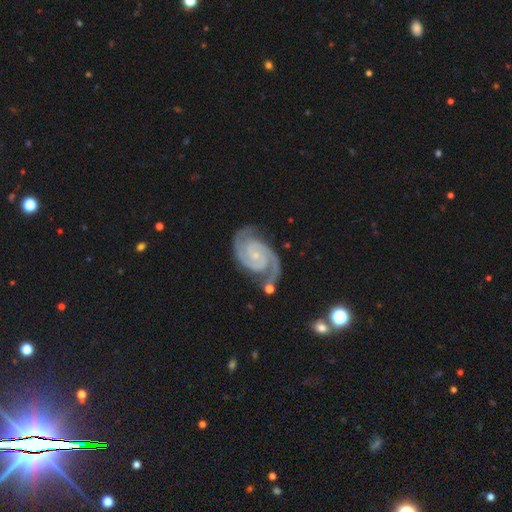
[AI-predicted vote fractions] smooth_or_featured: featured or disk (p=0.93) [alt: star or artifact p=0.04]
disk_edge_on: no (p=0.98) [alt: yes p=0.02]
bar: no (p=0.64) [alt: weak p=0.27]
has_spiral_arms: yes (p=0.99) [alt: no p=0.01]
spiral_winding: tight (p=0.59) [alt: medium p=0.36]
spiral_arm_count: 2 (p=0.92) [alt: 3 p=0.03]
bulge_size: small (p=0.80) [alt: moderate p=0.13]
merging: none (p=0.74) [alt: minor disturbance p=0.16]